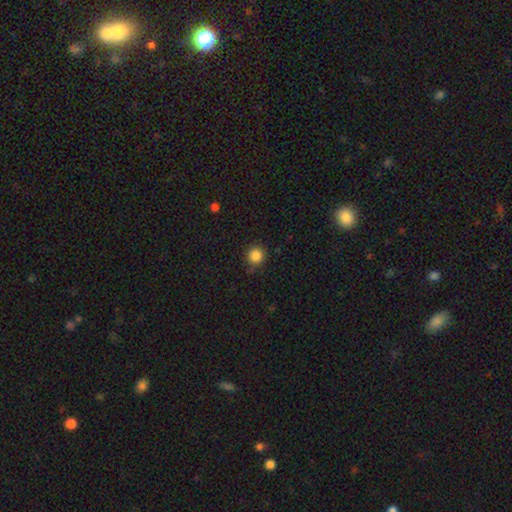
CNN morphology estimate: This appears to be a smooth galaxy with no disk features (85%) that is round (94%). Merging: none (85%).